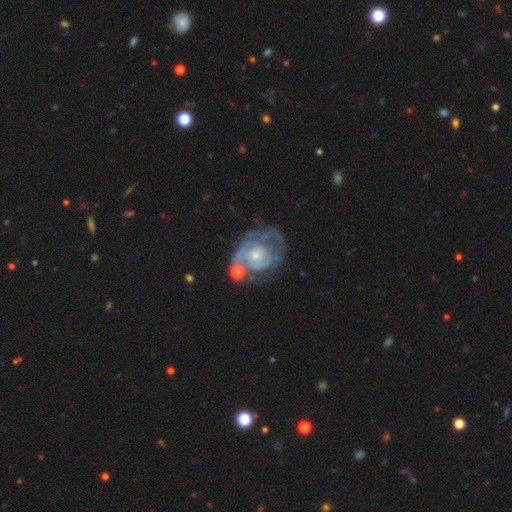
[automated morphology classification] smooth_or_featured: featured or disk (p=0.77) [alt: smooth p=0.16]
disk_edge_on: no (p=0.97) [alt: yes p=0.03]
bar: no (p=0.79) [alt: weak p=0.18]
has_spiral_arms: yes (p=0.71) [alt: no p=0.29]
spiral_winding: tight (p=0.56) [alt: medium p=0.31]
spiral_arm_count: can't tell (p=0.42) [alt: 2 p=0.32]
bulge_size: small (p=0.58) [alt: moderate p=0.34]
merging: none (p=0.44) [alt: minor disturbance p=0.23]